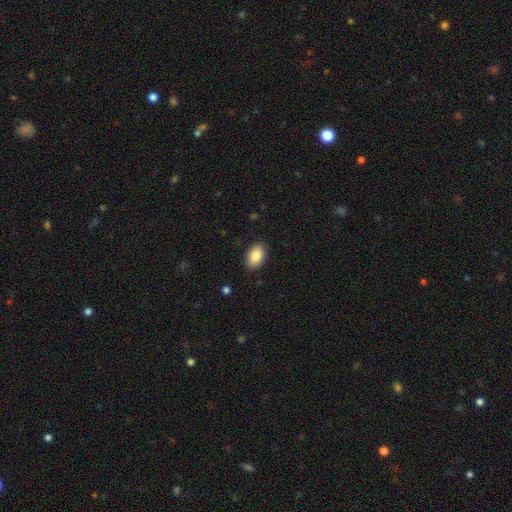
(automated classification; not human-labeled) Smooth or featured? Predicted: smooth (p=0.85). How rounded? Predicted: in between (p=0.89). Merging? Predicted: none (p=0.89).